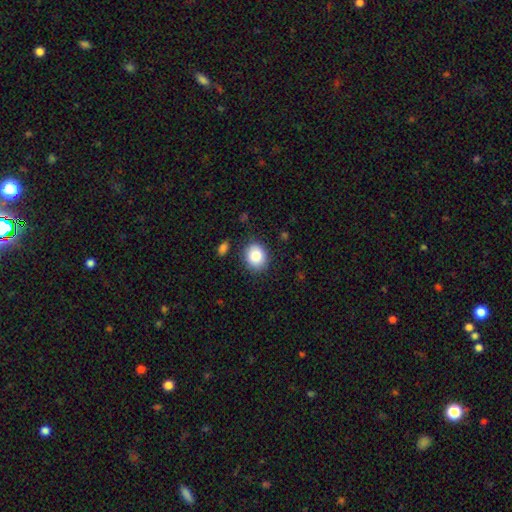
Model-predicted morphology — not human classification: This appears to be a smooth galaxy with no disk features (86%) that is round (60%). Merging: none (84%).